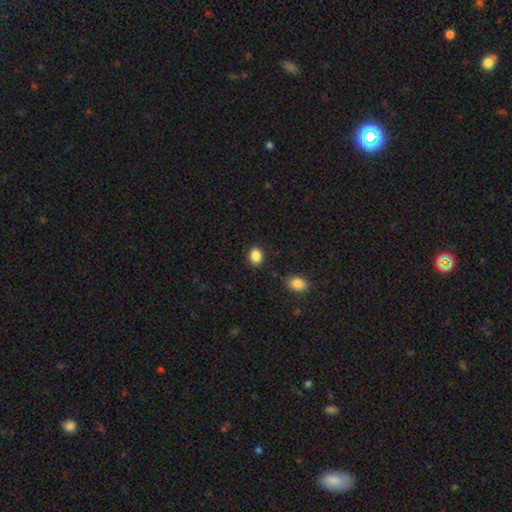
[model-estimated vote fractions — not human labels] The model was most divided on "how rounded": in between: 51%, round: 48%, cigar-shaped: 1%. More confident: smooth or featured — smooth (87%); merging — none (86%).